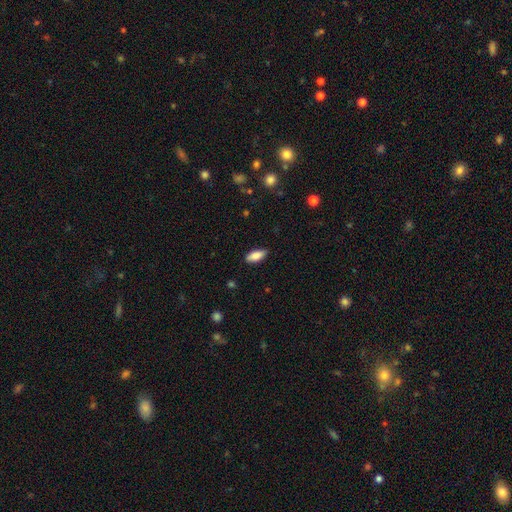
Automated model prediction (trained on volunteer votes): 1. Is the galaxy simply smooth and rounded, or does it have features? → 84% smooth, 10% featured or disk, 6% star or artifact.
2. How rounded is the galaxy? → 83% in between, 15% cigar-shaped, 2% round.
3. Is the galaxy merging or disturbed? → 86% none, 11% minor disturbance, 2% major disturbance, 1% merger.